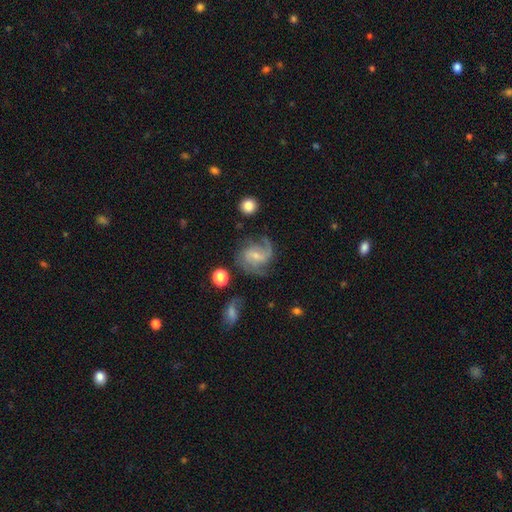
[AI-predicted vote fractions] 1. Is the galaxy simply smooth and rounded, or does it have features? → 77% featured or disk, 15% smooth, 8% star or artifact.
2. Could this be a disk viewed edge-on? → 98% no, 2% yes.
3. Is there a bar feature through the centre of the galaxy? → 50% weak, 36% no, 13% strong.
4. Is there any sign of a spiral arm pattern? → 94% yes, 6% no.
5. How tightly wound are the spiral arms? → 47% medium, 34% loose, 20% tight.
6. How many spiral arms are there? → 54% 2, 14% can't tell, 13% 1, 13% 3, 3% 4, 3% more than 4.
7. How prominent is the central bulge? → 61% small, 29% moderate, 7% none, 2% large, 1% dominant.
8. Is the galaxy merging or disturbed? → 57% none, 21% minor disturbance, 18% major disturbance, 4% merger.